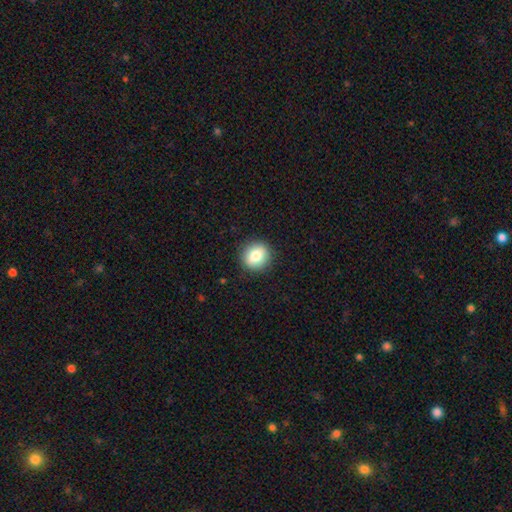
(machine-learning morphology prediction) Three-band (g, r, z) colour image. It shows a smooth galaxy with no disk features (79%) that is round (86%). Merging: none (90%).